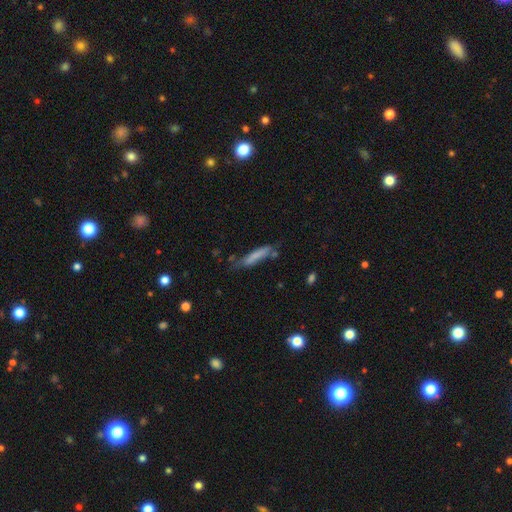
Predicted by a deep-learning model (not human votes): Overall: smooth (72%). How rounded: cigar-shaped (87%). Merging: none (60%; minor disturbance 25%).